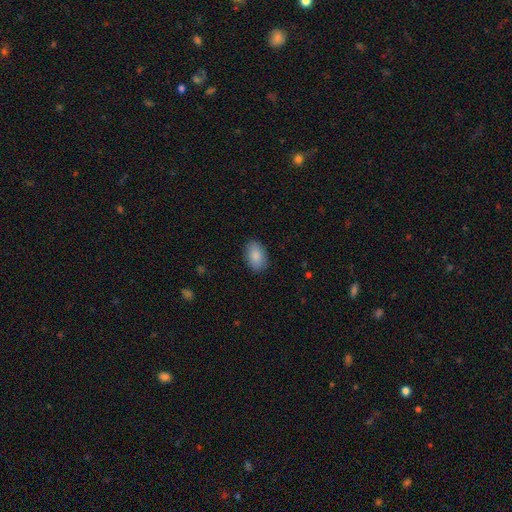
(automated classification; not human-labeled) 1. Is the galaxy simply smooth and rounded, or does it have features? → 88% smooth, 6% star or artifact, 6% featured or disk.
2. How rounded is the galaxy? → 91% in between, 7% round, 1% cigar-shaped.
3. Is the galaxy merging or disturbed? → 88% none, 9% minor disturbance, 2% major disturbance, 1% merger.